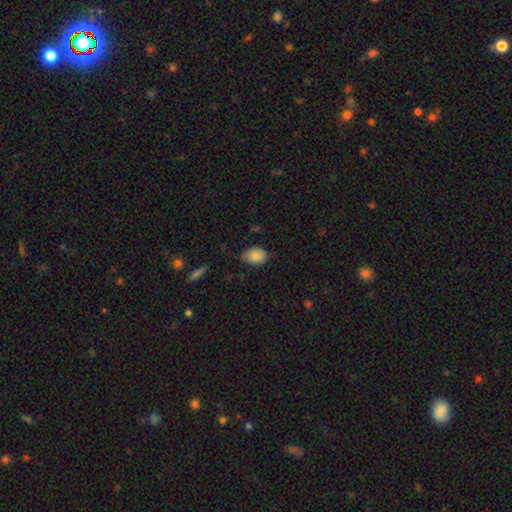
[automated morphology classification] A smooth galaxy with no disk features (87%) that is in between round and cigar-shaped (71%).

Vote fractions:
- Smooth or featured? smooth: 87% / star or artifact: 8% / featured or disk: 5%
- How rounded? in between: 71% / round: 28% / cigar-shaped: 1%
- Merging? none: 68% / minor disturbance: 26% / major disturbance: 4% / merger: 1%